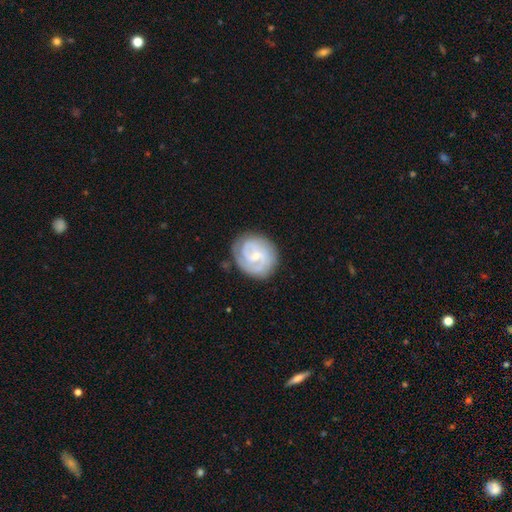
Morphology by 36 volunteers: Smooth or featured?
  - featured or disk: 94% *
  - smooth: 3%
  - star or artifact: 3%
Edge-on disk?
  - no: 100% *
  - yes: 0%
Bar?
  - weak: 65% *
  - no: 26%
  - strong: 9%
Spiral arms?
  - yes: 97% *
  - no: 3%
Spiral winding?
  - tight: 45% * (tied)
  - medium: 45% * (tied)
  - loose: 9%
Spiral arm count?
  - 2: 88% *
  - can't tell: 9%
  - 3: 3%
  - 1: 0%
  - 4: 0%
  - more than 4: 0%
Bulge size?
  - small: 59% *
  - moderate: 35%
  - none: 6%
  - dominant: 0%
  - large: 0%
Merging?
  - none: 80% *
  - minor disturbance: 14%
  - major disturbance: 6%
  - merger: 0%